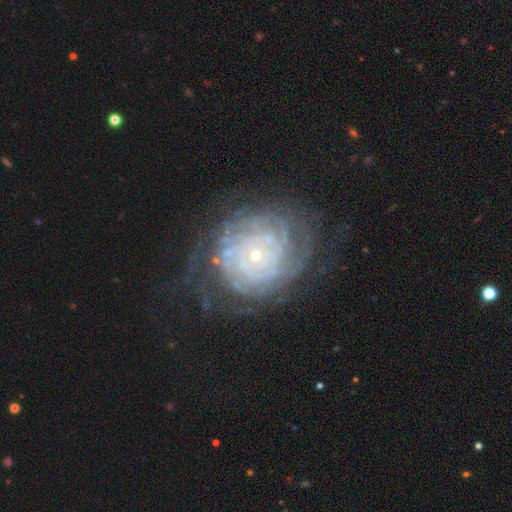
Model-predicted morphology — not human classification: This is clearly a featured or disk galaxy (83%). It is clearly not viewed edge-on (97%). Bar: clearly no (84%). Spiral arm pattern: clearly yes (93%). Spiral arm count: marginally can't tell (38%). Spiral winding: clearly tight (83%). Central bulge: clearly small (84%). Merging: likely none (70%).